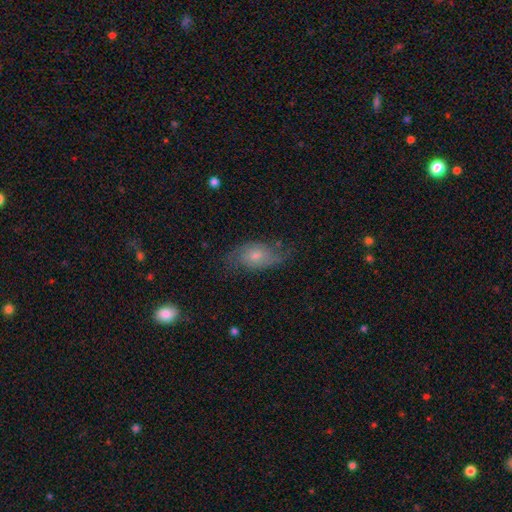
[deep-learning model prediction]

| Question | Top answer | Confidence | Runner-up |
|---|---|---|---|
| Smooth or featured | featured or disk | 56% | smooth (34%) |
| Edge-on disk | no | 91% | yes (9%) |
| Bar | no | 73% | weak (23%) |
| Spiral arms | yes | 83% | no (17%) |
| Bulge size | moderate | 51% | small (39%) |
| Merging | none | 63% | minor disturbance (23%) |